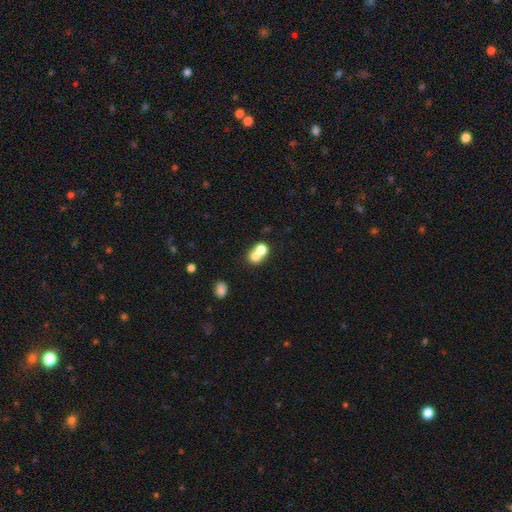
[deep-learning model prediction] Smooth or featured?
  - smooth: 72% *
  - featured or disk: 16%
  - star or artifact: 12%
How rounded?
  - round: 73% *
  - in between: 26%
  - cigar-shaped: 1%
Merging?
  - merger: 60% *
  - none: 32%
  - minor disturbance: 5%
  - major disturbance: 3%